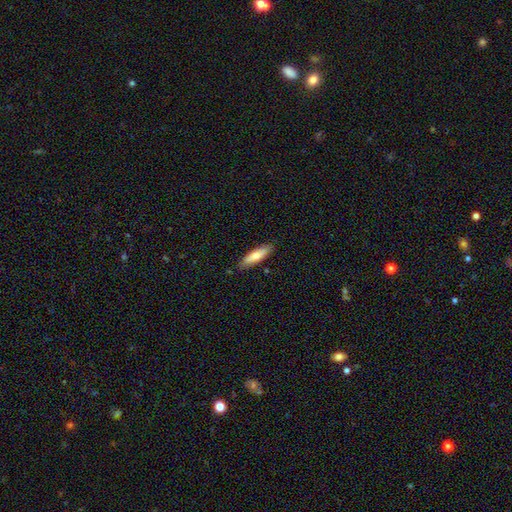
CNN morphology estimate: smooth-or-featured: smooth: 70% | featured or disk: 24% | star or artifact: 6%
  how-rounded: cigar-shaped: 64% | in between: 35% | round: 2%
  merging: none: 84% | minor disturbance: 12% | major disturbance: 2% | merger: 1%